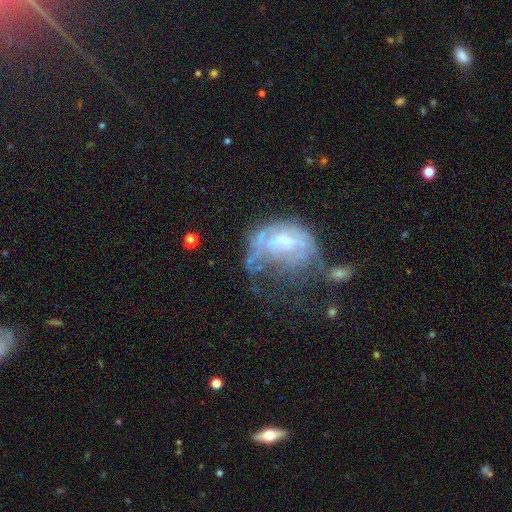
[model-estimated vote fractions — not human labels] featured or disk 61%, smooth 24%, star or artifact 15%. Down the decision tree: edge-on disk — no (96%); bar — no (53%); spiral arms — no (54%); bulge size — small (52%); merging — major disturbance (41%).